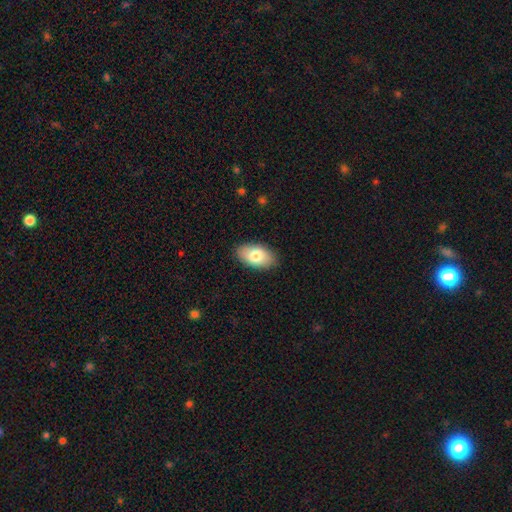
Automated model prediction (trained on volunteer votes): Smooth or featured?
  - smooth: 80% *
  - featured or disk: 14%
  - star or artifact: 6%
How rounded?
  - in between: 94% *
  - round: 4%
  - cigar-shaped: 2%
Merging?
  - none: 88% *
  - minor disturbance: 10%
  - major disturbance: 2%
  - merger: 1%